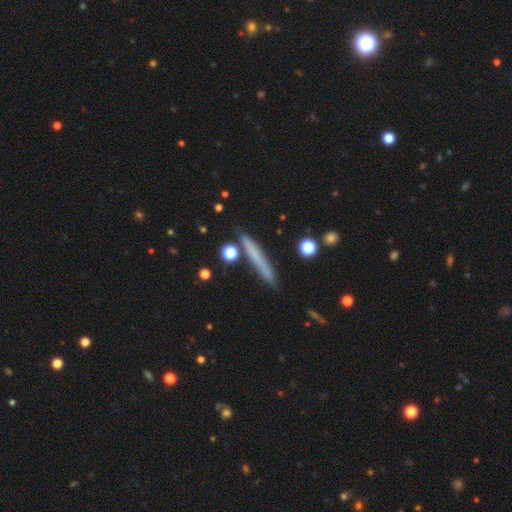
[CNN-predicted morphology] smooth_or_featured: smooth (p=0.61) [alt: featured or disk p=0.30]
how_rounded: cigar-shaped (p=0.94) [alt: in between p=0.04]
merging: none (p=0.83) [alt: minor disturbance p=0.11]